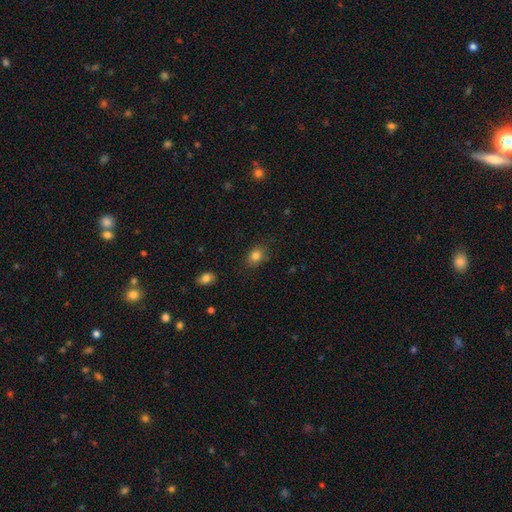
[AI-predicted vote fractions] Smooth or featured? Predicted: smooth (p=0.82). How rounded? Predicted: in between (p=0.68). Merging? Predicted: none (p=0.81).